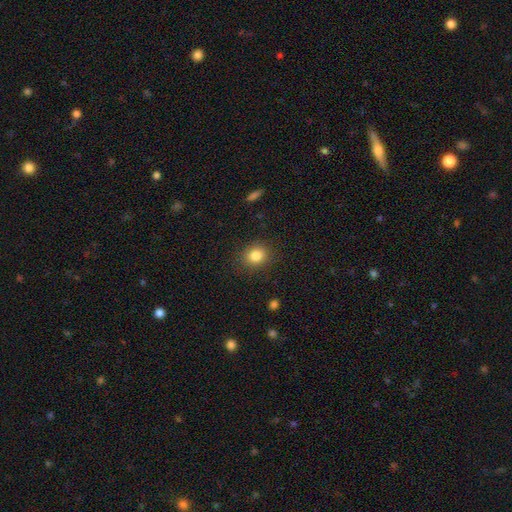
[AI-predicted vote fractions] smooth-or-featured: smooth: 83% | star or artifact: 10% | featured or disk: 6%
  how-rounded: round: 69% | in between: 30% | cigar-shaped: 1%
  merging: none: 87% | minor disturbance: 9% | major disturbance: 3% | merger: 1%